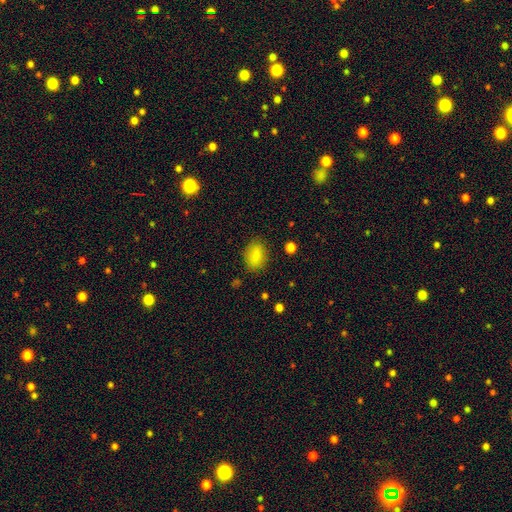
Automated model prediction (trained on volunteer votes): smooth_or_featured: smooth (p=0.84) [alt: star or artifact p=0.09]
how_rounded: in between (p=0.82) [alt: round p=0.15]
merging: none (p=0.83) [alt: minor disturbance p=0.12]